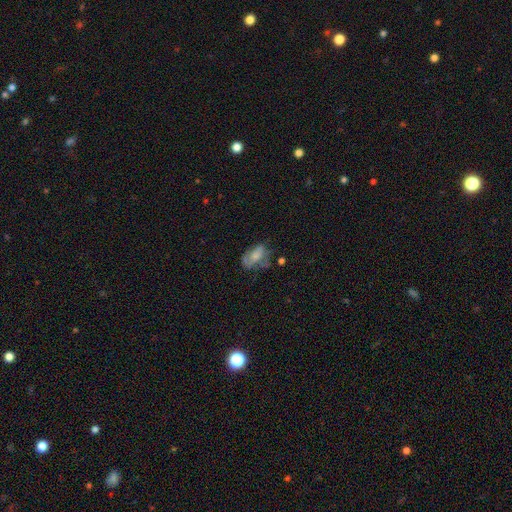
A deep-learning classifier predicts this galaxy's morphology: A smooth galaxy with no disk features (58%) that is in between round and cigar-shaped (87%). Merging: none (35%).